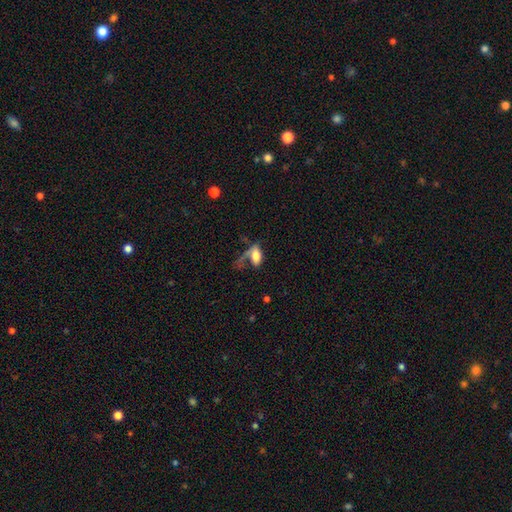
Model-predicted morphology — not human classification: smooth-or-featured: smooth: 69% | featured or disk: 22% | star or artifact: 9%
  how-rounded: in between: 86% | cigar-shaped: 9% | round: 5%
  merging: major disturbance: 35% | none: 32% | minor disturbance: 17% | merger: 16%